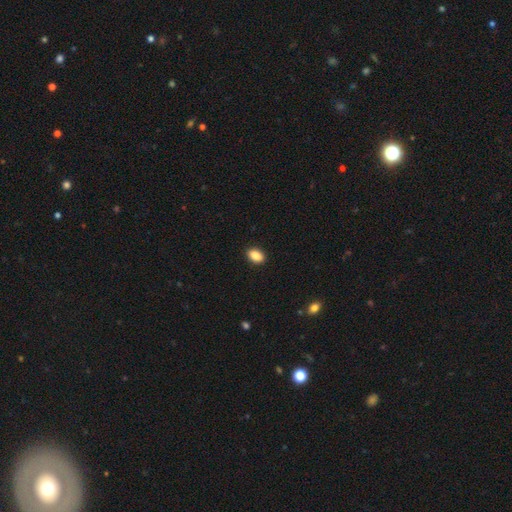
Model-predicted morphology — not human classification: A smooth galaxy with no disk features (89%) that is in between round and cigar-shaped (87%).

Vote fractions:
- Smooth or featured? smooth: 89% / star or artifact: 8% / featured or disk: 4%
- How rounded? in between: 87% / round: 11% / cigar-shaped: 2%
- Merging? none: 90% / minor disturbance: 7% / major disturbance: 2% / merger: 1%